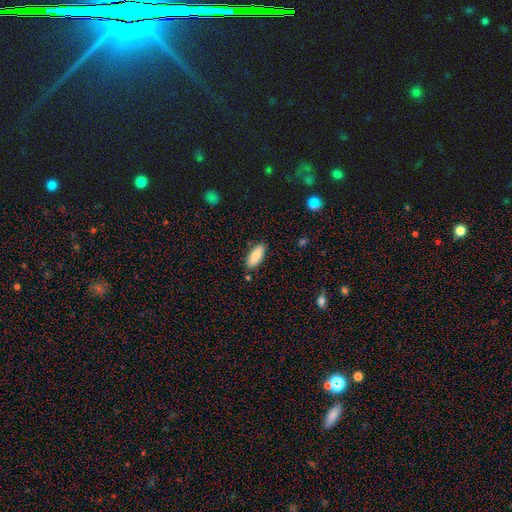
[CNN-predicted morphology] smooth-or-featured: smooth: 81% | featured or disk: 13% | star or artifact: 7%
  how-rounded: in between: 80% | cigar-shaped: 18% | round: 2%
  merging: none: 84% | minor disturbance: 11% | merger: 3% | major disturbance: 2%